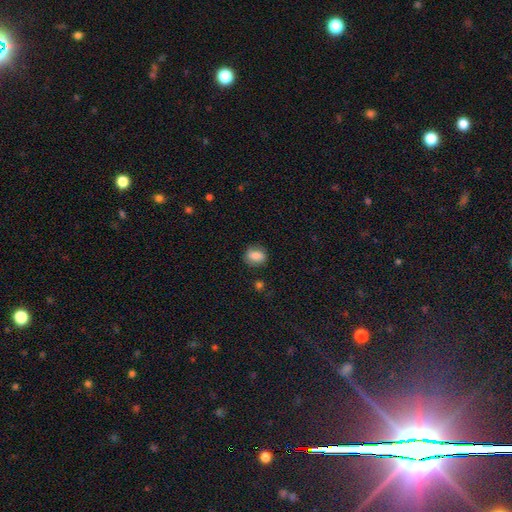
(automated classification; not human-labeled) Morphology: type=smooth (80%); roundness=round (53%); merging=none (78%).